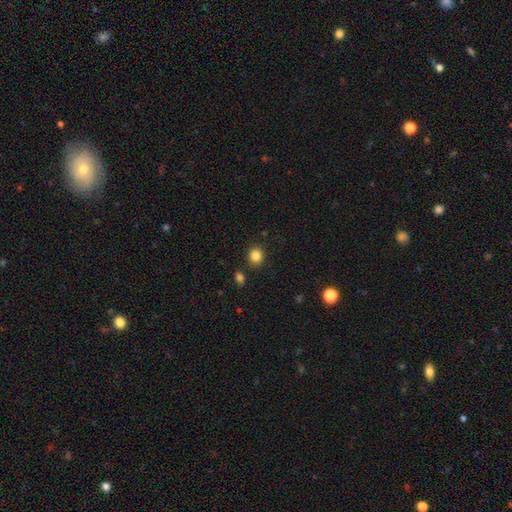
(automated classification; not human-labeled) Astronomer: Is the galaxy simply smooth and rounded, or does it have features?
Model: smooth — 85%.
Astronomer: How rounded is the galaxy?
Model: round — 81%.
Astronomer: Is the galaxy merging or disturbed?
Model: none — 87%.